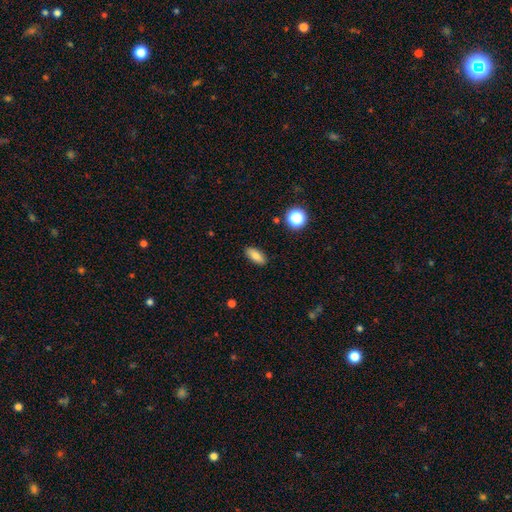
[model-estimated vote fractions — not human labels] This is likely a smooth galaxy (79%). How rounded: clearly in between (81%). Merging: clearly none (89%).